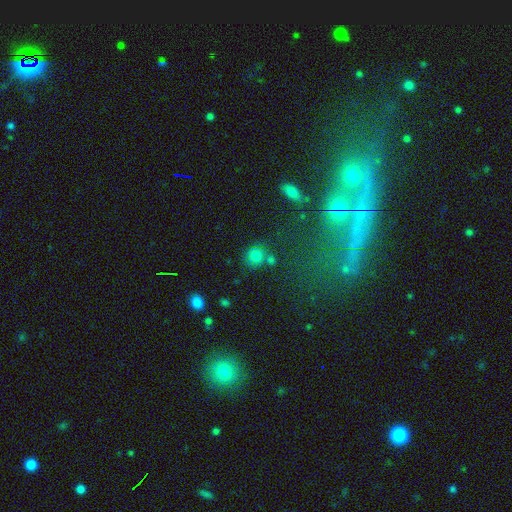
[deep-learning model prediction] A smooth galaxy with no disk features (77%) that is round (83%). Merging: none (64%).